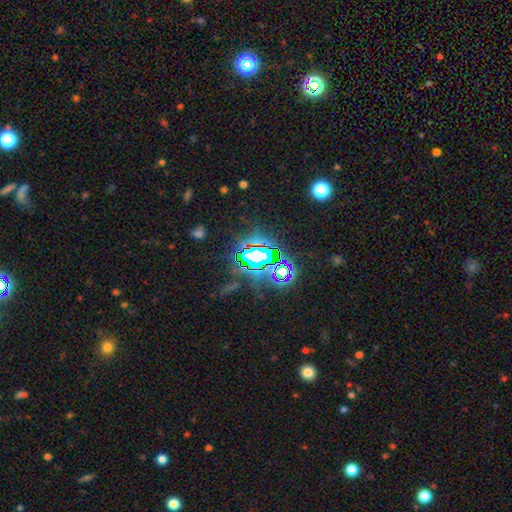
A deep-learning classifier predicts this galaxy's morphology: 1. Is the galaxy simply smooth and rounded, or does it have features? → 75% star or artifact, 12% smooth, 12% featured or disk.